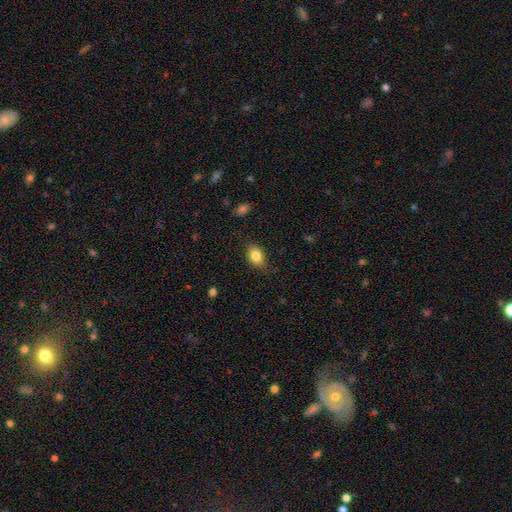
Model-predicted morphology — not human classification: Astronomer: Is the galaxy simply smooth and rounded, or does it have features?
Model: smooth — 83%.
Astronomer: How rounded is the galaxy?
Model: in between — 81%.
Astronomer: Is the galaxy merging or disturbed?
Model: none — 81%.